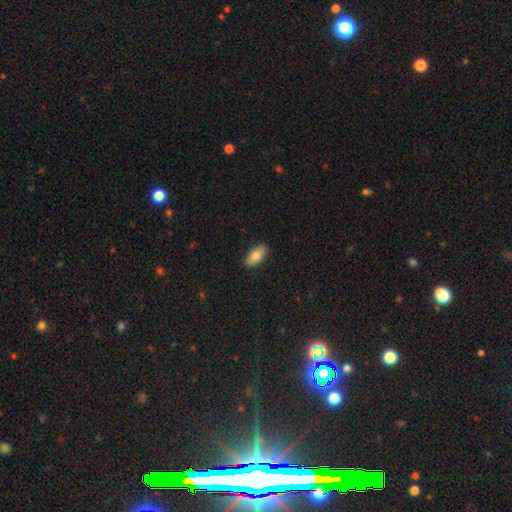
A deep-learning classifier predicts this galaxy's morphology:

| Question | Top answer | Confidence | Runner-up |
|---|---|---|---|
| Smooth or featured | smooth | 77% | featured or disk (16%) |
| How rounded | in between | 92% | cigar-shaped (4%) |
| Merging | none | 88% | minor disturbance (10%) |